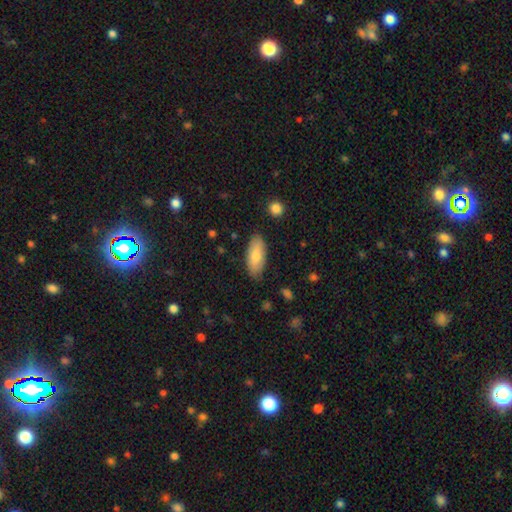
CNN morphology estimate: type=smooth (77%); roundness=in between (82%); merging=none (84%).